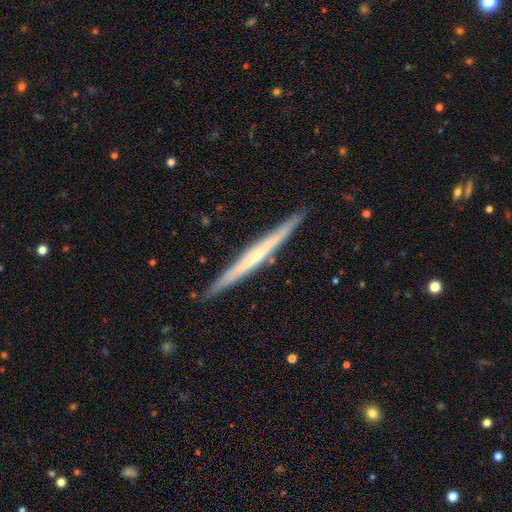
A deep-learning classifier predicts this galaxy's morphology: featured or disk 64%, smooth 31%, star or artifact 6%. Down the decision tree: edge-on disk — yes (97%); edge-on bulge — none (70%); merging — none (90%).